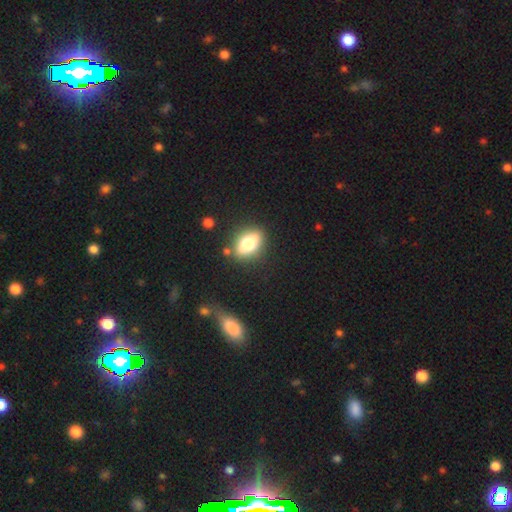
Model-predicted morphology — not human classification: A smooth galaxy with no disk features (65%) that is in between round and cigar-shaped (77%). Merging: none (83%).